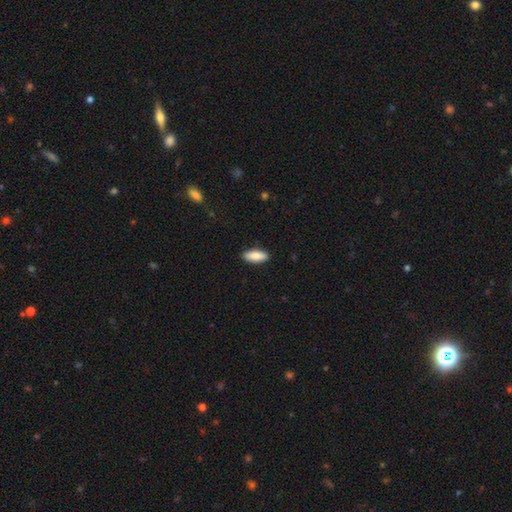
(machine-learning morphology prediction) smooth 87%, featured or disk 8%, star or artifact 6%. Down the decision tree: how rounded — in between (76%); merging — none (89%).